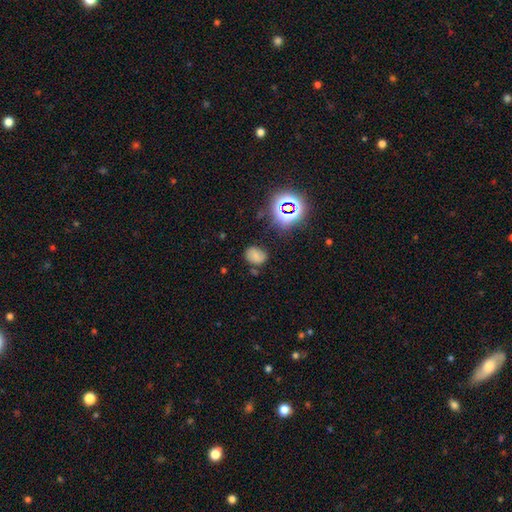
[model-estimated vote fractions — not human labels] Smooth or featured? Predicted: smooth (p=0.63). How rounded? Predicted: in between (p=0.64). Merging? Predicted: none (p=0.69).